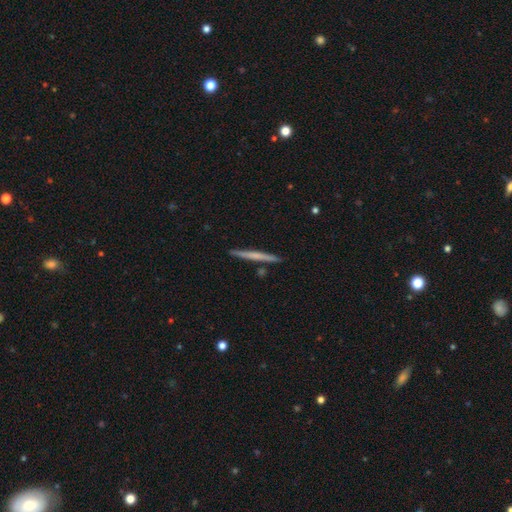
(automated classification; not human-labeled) Overall: featured or disk (49%; smooth 46%). Merging: none (90%).